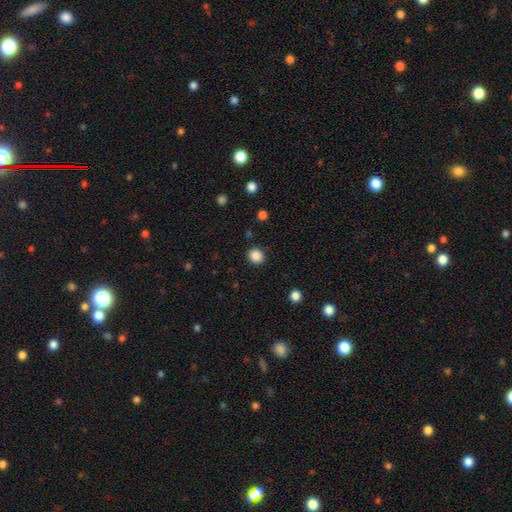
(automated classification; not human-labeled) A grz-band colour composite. It shows a smooth galaxy with no disk features (86%) that is round (87%). Merging: none (89%).